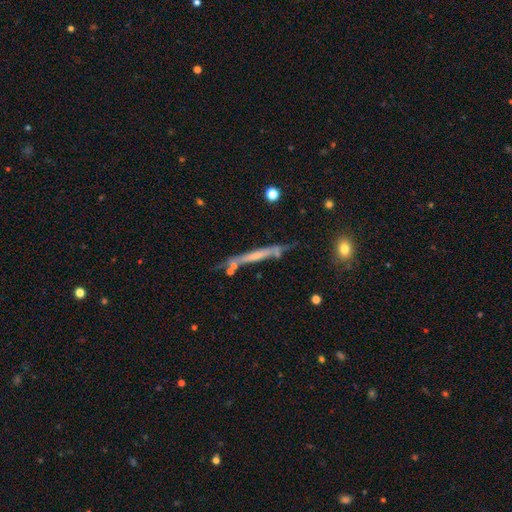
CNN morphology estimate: This is possibly a featured or disk galaxy (56%). It is clearly viewed edge-on (90%). Merging: likely none (63%).